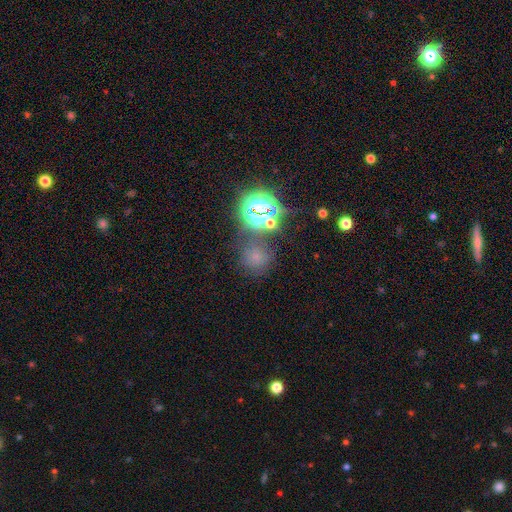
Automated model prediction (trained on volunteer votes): Smooth or featured?
  - smooth: 46% *
  - star or artifact: 43%
  - featured or disk: 11%
Merging?
  - none: 68% *
  - minor disturbance: 13%
  - merger: 12%
  - major disturbance: 7%